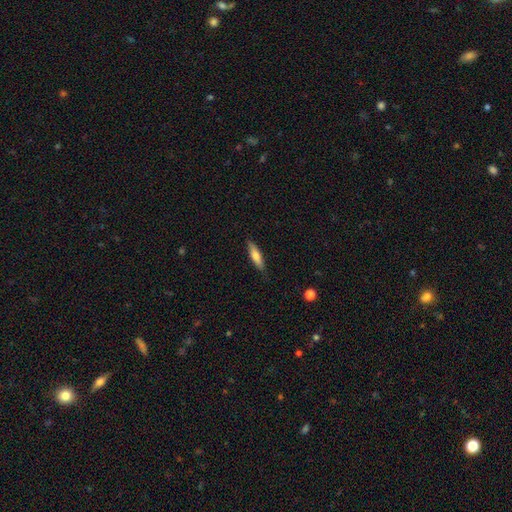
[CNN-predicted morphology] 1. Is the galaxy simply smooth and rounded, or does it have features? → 68% smooth, 26% featured or disk, 6% star or artifact.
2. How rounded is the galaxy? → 71% cigar-shaped, 27% in between, 2% round.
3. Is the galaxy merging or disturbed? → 86% none, 11% minor disturbance, 2% major disturbance, 1% merger.